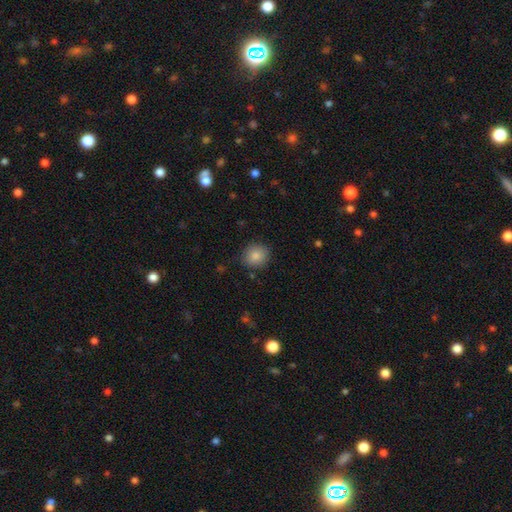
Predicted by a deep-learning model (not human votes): Smooth or featured? smooth (86%)
How rounded? round (77%)
Merging? none (86%)